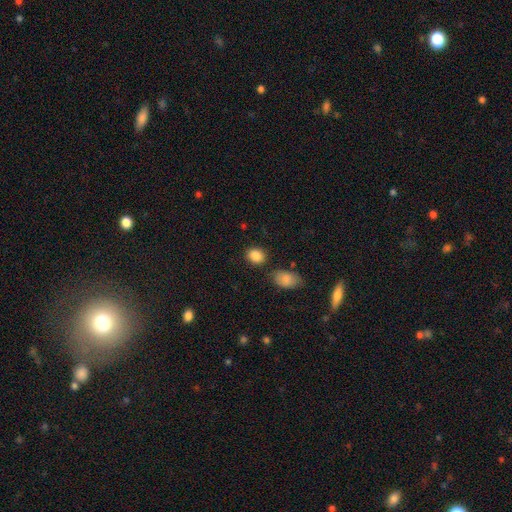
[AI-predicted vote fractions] Smooth or featured?
  - smooth: 87% *
  - star or artifact: 9%
  - featured or disk: 4%
How rounded?
  - round: 55% *
  - in between: 44%
  - cigar-shaped: 1%
Merging?
  - none: 79% *
  - minor disturbance: 12%
  - merger: 6%
  - major disturbance: 3%